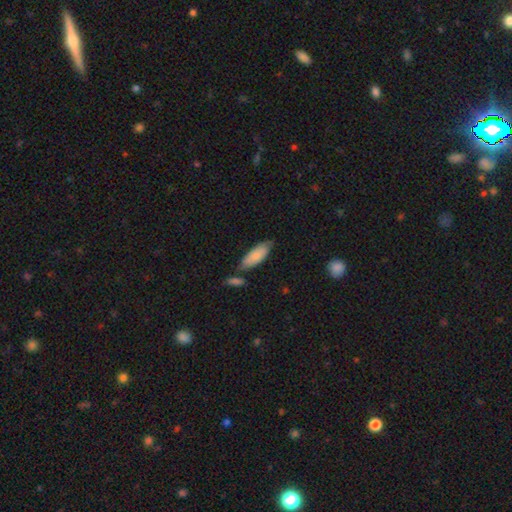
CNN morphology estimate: type=smooth (79%); roundness=in between (73%); merging=none (61%).